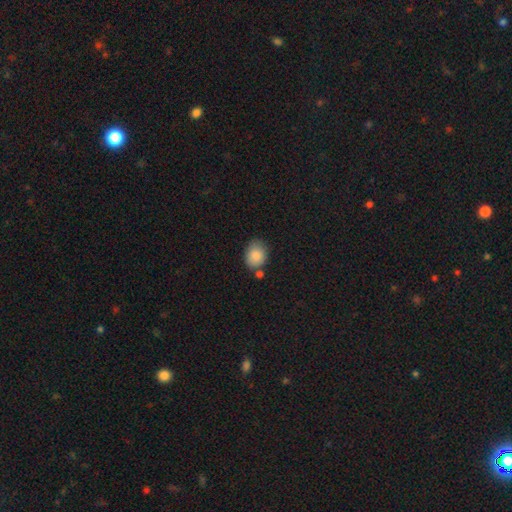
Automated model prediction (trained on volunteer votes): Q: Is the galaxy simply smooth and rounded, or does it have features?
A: smooth — 87%.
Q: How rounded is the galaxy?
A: in between — 56%.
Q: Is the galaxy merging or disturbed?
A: none — 65%.